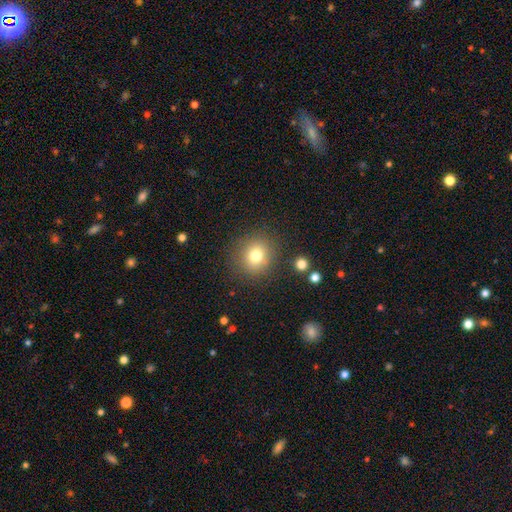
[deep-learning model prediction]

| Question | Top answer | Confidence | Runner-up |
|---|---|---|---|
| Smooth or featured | smooth | 77% | star or artifact (13%) |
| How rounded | round | 86% | in between (13%) |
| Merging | none | 85% | minor disturbance (9%) |